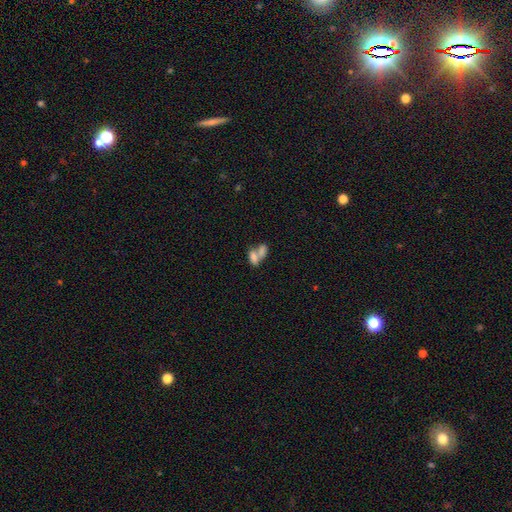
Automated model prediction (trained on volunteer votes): A smooth galaxy with no disk features (75%) that is in between round and cigar-shaped (88%). Merging: merger (71%).